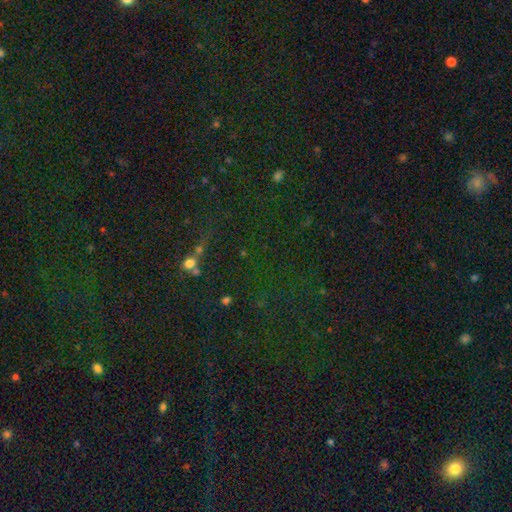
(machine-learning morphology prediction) type=star or artifact (73%).